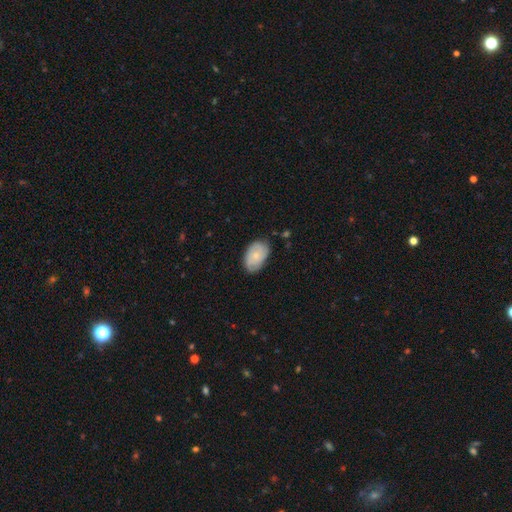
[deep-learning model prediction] The model was most divided on "smooth or featured": smooth: 59%, featured or disk: 35%, star or artifact: 6%. More confident: how rounded — in between (89%); merging — none (70%).